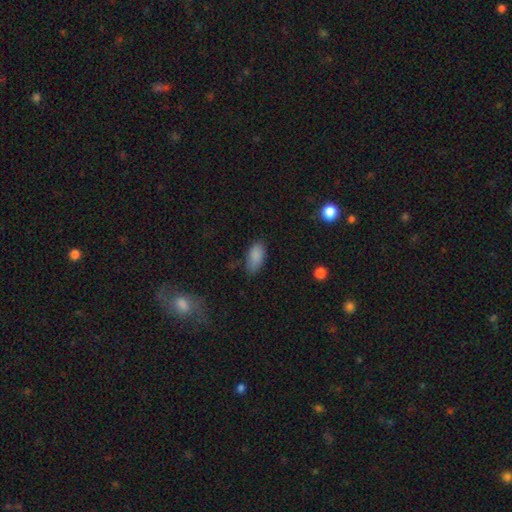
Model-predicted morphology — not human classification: Smooth or featured? Predicted: smooth (p=0.87). How rounded? Predicted: in between (p=0.91). Merging? Predicted: none (p=0.78).